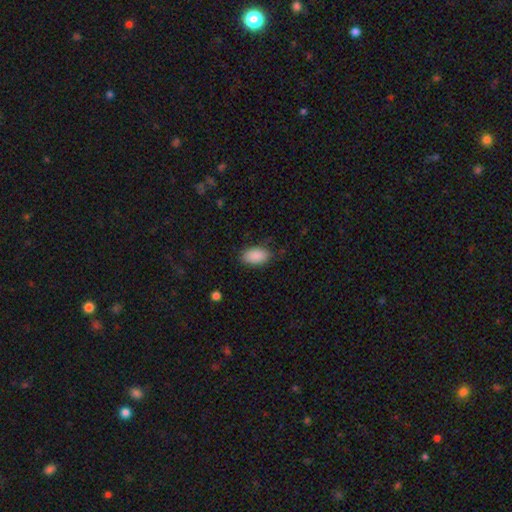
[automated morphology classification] This appears to be a smooth galaxy with no disk features (90%) that is in between round and cigar-shaped (93%). Merging: none (82%).